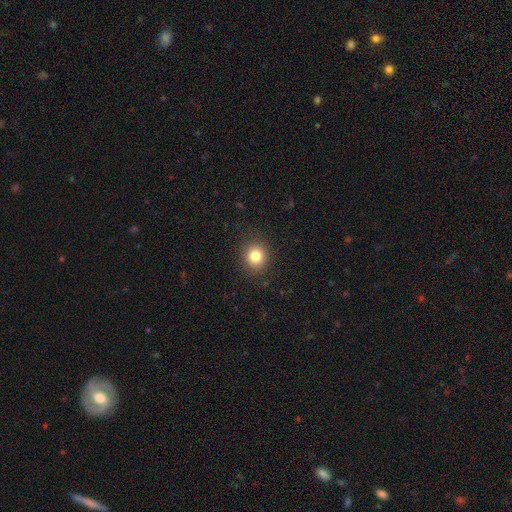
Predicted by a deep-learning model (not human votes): smooth-or-featured: smooth: 82% | star or artifact: 12% | featured or disk: 6%
  how-rounded: round: 87% | in between: 12% | cigar-shaped: 1%
  merging: none: 90% | minor disturbance: 6% | major disturbance: 2% | merger: 1%